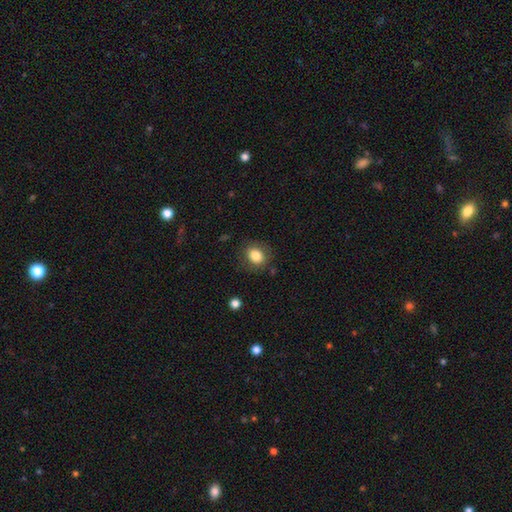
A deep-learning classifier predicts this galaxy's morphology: A smooth galaxy with no disk features (82%) that is round (54%). Merging: none (82%).